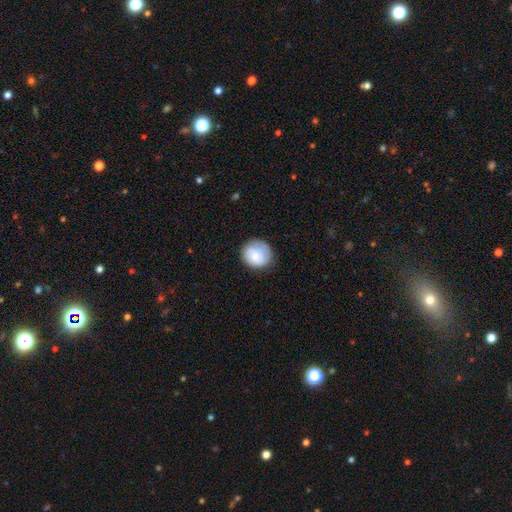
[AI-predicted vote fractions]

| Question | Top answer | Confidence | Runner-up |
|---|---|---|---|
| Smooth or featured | smooth | 69% | featured or disk (24%) |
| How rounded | round | 80% | in between (19%) |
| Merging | none | 76% | minor disturbance (18%) |